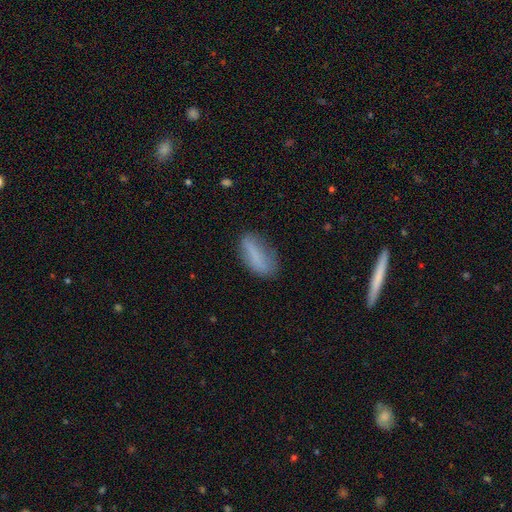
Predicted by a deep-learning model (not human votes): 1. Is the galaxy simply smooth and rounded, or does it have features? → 72% smooth, 19% featured or disk, 9% star or artifact.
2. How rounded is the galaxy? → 69% in between, 28% cigar-shaped, 3% round.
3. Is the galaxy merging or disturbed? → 66% none, 23% minor disturbance, 8% major disturbance, 2% merger.